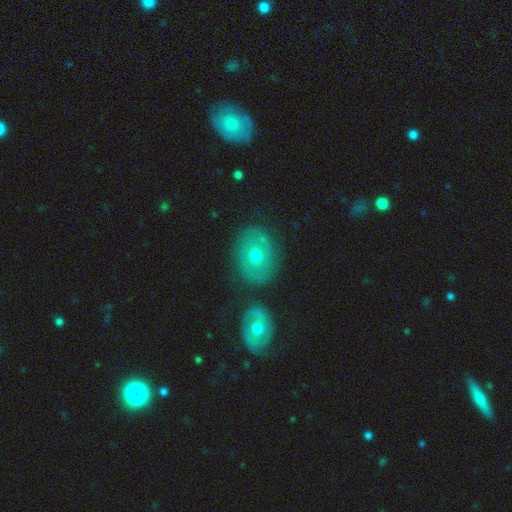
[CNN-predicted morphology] Smooth or featured: featured or disk — 45% (tied with smooth — 45%)
Merging: none — 75% (minor disturbance — 12%)